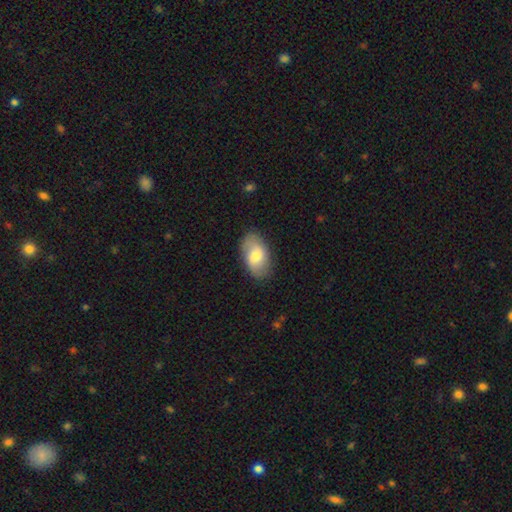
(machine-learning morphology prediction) Q: Smooth or featured?
A: smooth (69%); runner-up: featured or disk (25%)
Q: How rounded?
A: in between (93%); runner-up: round (5%)
Q: Merging?
A: none (82%); runner-up: minor disturbance (13%)